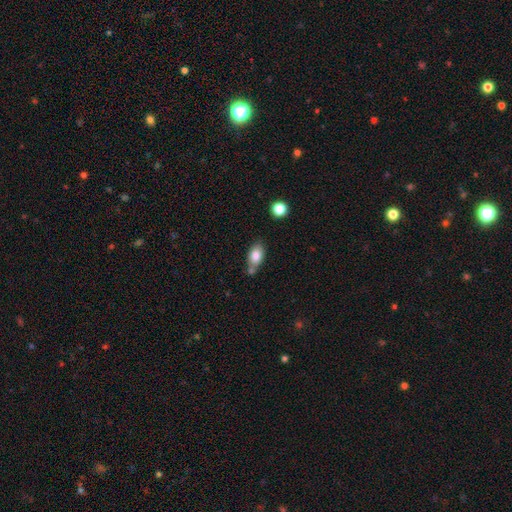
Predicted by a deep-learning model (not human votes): smooth_or_featured: smooth (p=0.81) [alt: featured or disk p=0.11]
how_rounded: in between (p=0.87) [alt: round p=0.10]
merging: none (p=0.58) [alt: merger p=0.19]